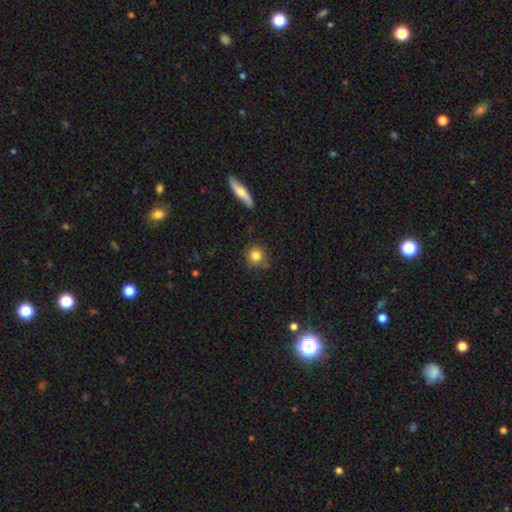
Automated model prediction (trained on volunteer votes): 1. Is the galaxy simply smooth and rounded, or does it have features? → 82% smooth, 9% star or artifact, 9% featured or disk.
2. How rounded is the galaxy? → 89% round, 10% in between, 2% cigar-shaped.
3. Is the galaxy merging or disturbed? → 78% none, 14% minor disturbance, 4% merger, 4% major disturbance.